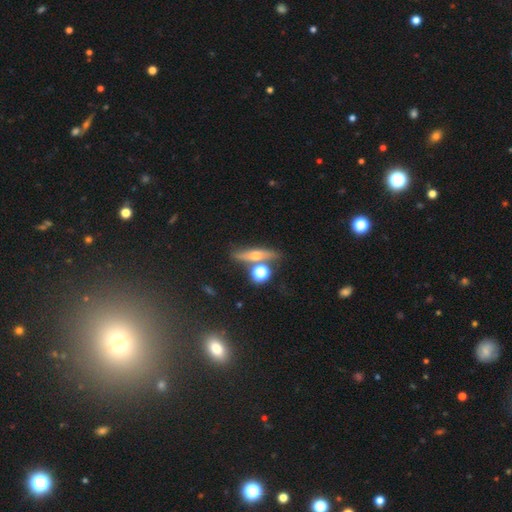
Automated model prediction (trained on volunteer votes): Smooth or featured: featured or disk — 55% (smooth — 30%)
Edge-on disk: yes — 83% (no — 17%)
Merging: none — 70% (merger — 13%)